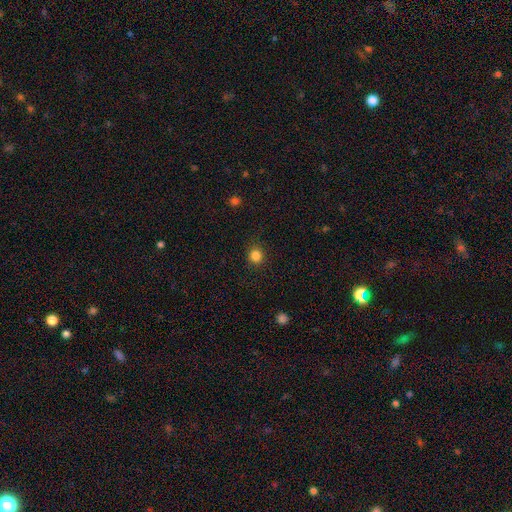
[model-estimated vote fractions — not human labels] smooth-or-featured: smooth: 84% | star or artifact: 12% | featured or disk: 4%
  how-rounded: round: 91% | in between: 8% | cigar-shaped: 1%
  merging: none: 89% | minor disturbance: 7% | major disturbance: 2% | merger: 1%